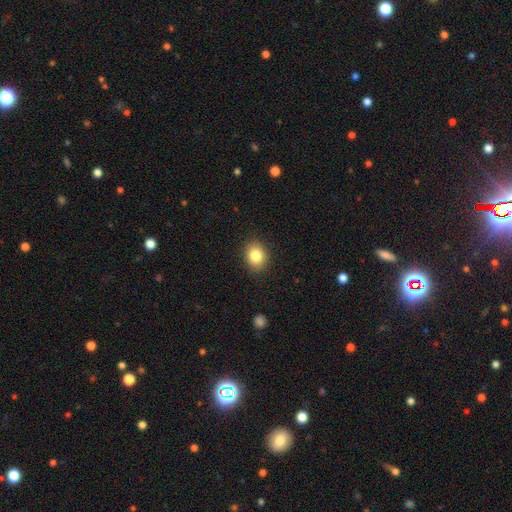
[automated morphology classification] Smooth or featured: smooth — 83% (star or artifact — 10%)
How rounded: round — 55% (in between — 44%)
Merging: none — 89% (minor disturbance — 8%)